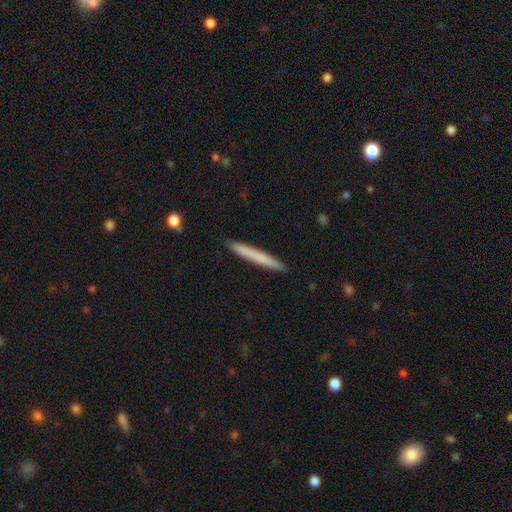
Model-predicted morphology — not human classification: Smooth or featured: smooth — 70% (featured or disk — 24%)
How rounded: cigar-shaped — 97% (in between — 2%)
Merging: none — 92% (minor disturbance — 6%)